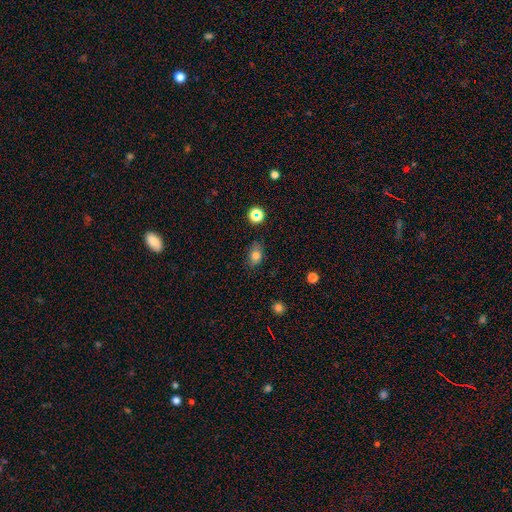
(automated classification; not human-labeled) The model was most divided on "how rounded": in between: 77%, round: 22%, cigar-shaped: 2%. More confident: merging — none (80%); smooth or featured — smooth (77%).